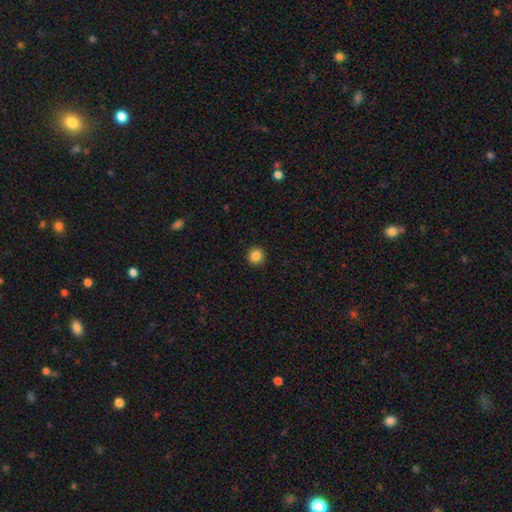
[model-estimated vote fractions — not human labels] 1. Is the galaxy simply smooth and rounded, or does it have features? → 86% smooth, 11% star or artifact, 4% featured or disk.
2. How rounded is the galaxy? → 94% round, 5% in between, 1% cigar-shaped.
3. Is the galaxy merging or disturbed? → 92% none, 5% minor disturbance, 2% major disturbance, 1% merger.